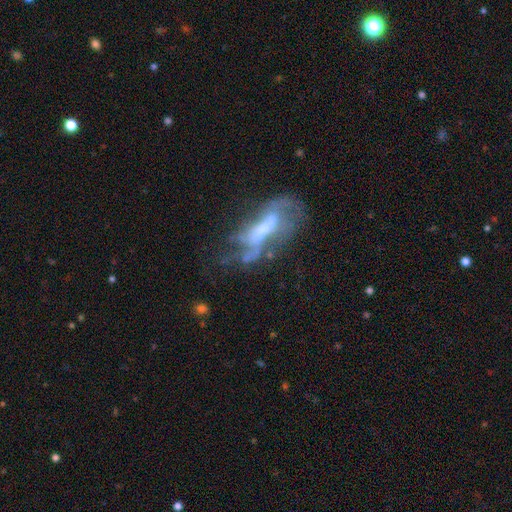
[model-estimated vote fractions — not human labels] smooth-or-featured: featured or disk: 66% | smooth: 20% | star or artifact: 14%
  disk-edge-on: no: 80% | yes: 20%
    bar: no: 38% | weak: 34% | strong: 28%
    has-spiral-arms: yes: 53% | no: 47%
    bulge-size: moderate: 37% | small: 29% | none: 25% | large: 7% | dominant: 2%
  merging: none: 39% | major disturbance: 31% | minor disturbance: 22% | merger: 8%